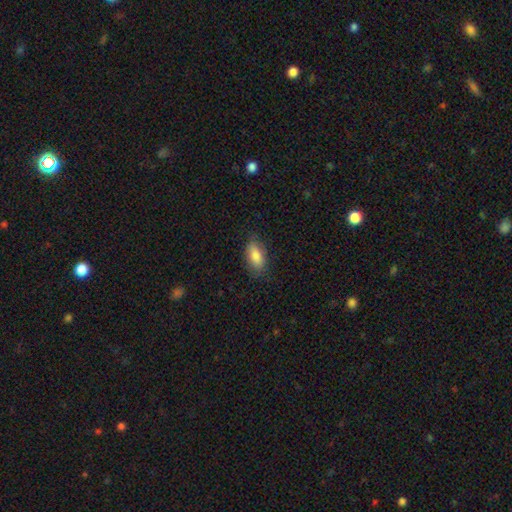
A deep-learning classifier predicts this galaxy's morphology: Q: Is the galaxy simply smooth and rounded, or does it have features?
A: smooth — 81%.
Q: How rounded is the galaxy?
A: in between — 89%.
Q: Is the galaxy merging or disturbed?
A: none — 78%.